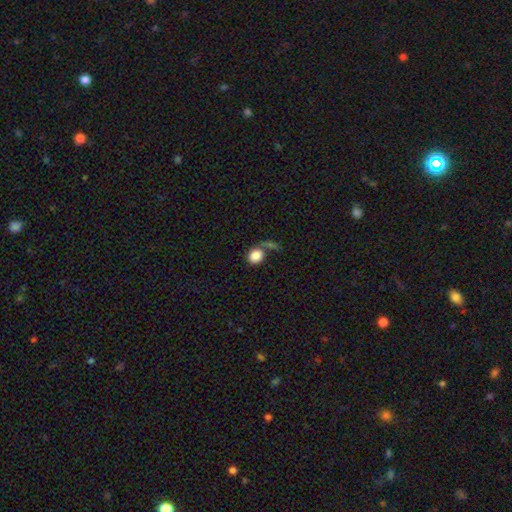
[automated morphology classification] Smooth or featured: smooth — 84% (star or artifact — 8%)
How rounded: round — 68% (in between — 30%)
Merging: none — 46% (merger — 25%)